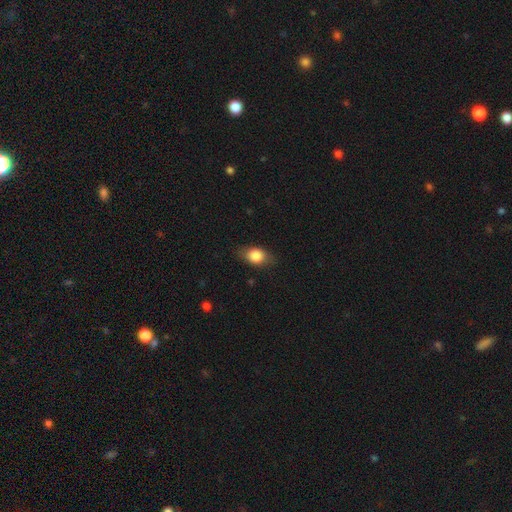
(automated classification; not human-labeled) smooth-or-featured: smooth: 81% | featured or disk: 11% | star or artifact: 8%
  how-rounded: in between: 72% | round: 25% | cigar-shaped: 3%
  merging: none: 80% | minor disturbance: 15% | major disturbance: 4% | merger: 1%